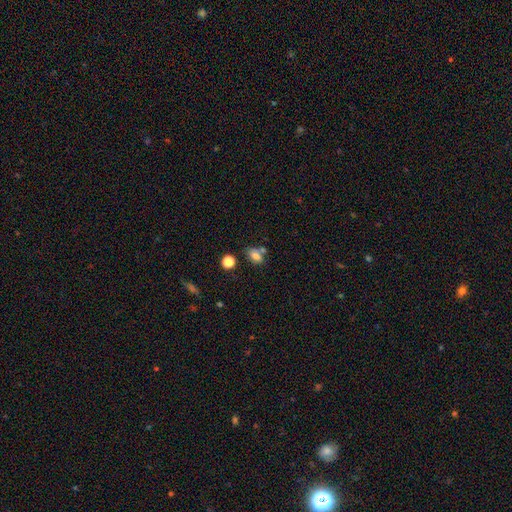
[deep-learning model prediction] The model was most divided on "merging": none: 57%, merger: 23%, minor disturbance: 15%, major disturbance: 5%. More confident: how rounded — in between (78%); smooth or featured — smooth (76%).